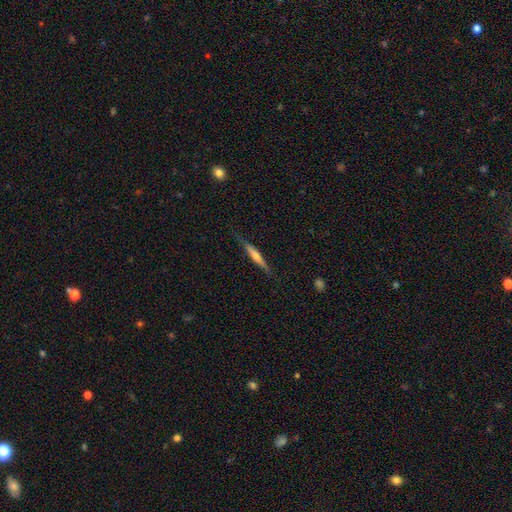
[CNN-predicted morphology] A featured or disk galaxy (55%) viewed edge-on (96%) with a rounded central bulge (66%).

Vote fractions:
- Smooth or featured? featured or disk: 55% / smooth: 38% / star or artifact: 6%
- Edge-on disk? yes: 96% / no: 4%
- Edge-on bulge? rounded: 66% / none: 23% / boxy: 11%
- Merging? none: 80% / minor disturbance: 15% / major disturbance: 3% / merger: 1%